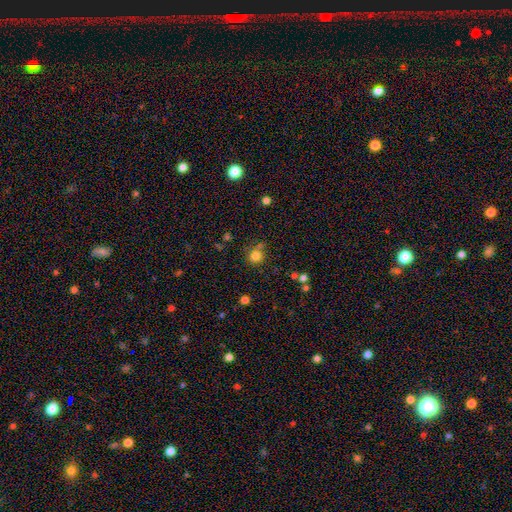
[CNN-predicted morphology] type=smooth (80%); roundness=round (90%); merging=none (67%).